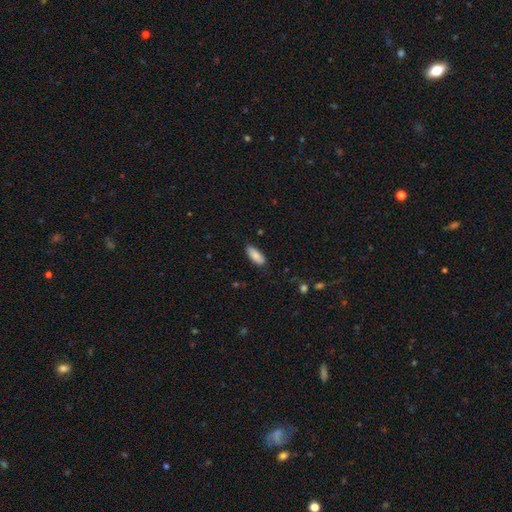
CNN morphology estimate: smooth_or_featured: smooth (p=0.87) [alt: featured or disk p=0.07]
how_rounded: in between (p=0.78) [alt: cigar-shaped p=0.21]
merging: none (p=0.84) [alt: minor disturbance p=0.13]